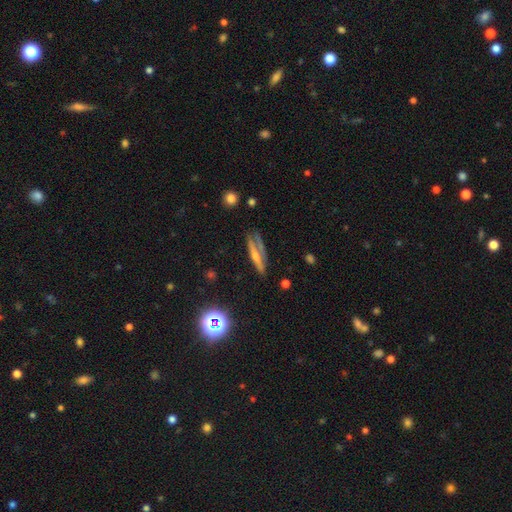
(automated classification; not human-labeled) A featured or disk galaxy (55%) viewed edge-on (66%).

Vote fractions:
- Smooth or featured? featured or disk: 55% / smooth: 31% / star or artifact: 14%
- Edge-on disk? yes: 66% / no: 34%
- Merging? none: 59% / minor disturbance: 24% / major disturbance: 14% / merger: 4%